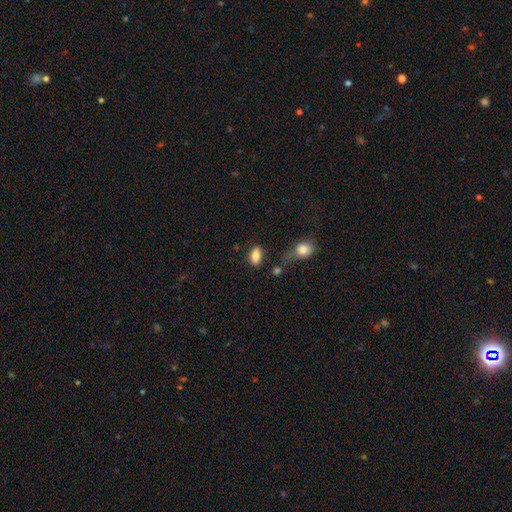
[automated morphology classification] Q: Smooth or featured?
A: smooth (82%); runner-up: featured or disk (9%)
Q: How rounded?
A: in between (87%); runner-up: round (9%)
Q: Merging?
A: none (76%); runner-up: minor disturbance (13%)